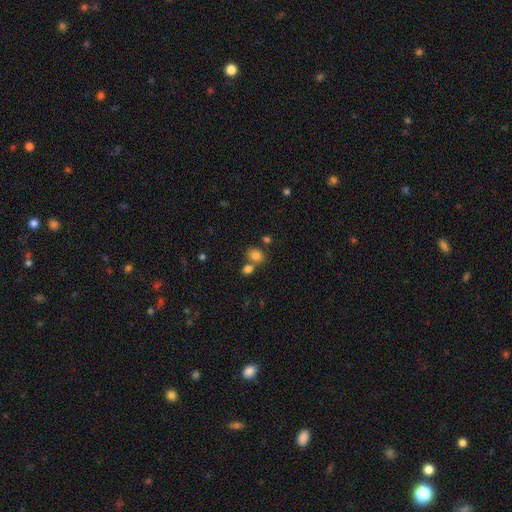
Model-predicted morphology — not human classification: smooth-or-featured: smooth: 81% | star or artifact: 12% | featured or disk: 7%
  how-rounded: round: 52% | in between: 47% | cigar-shaped: 1%
  merging: none: 55% | merger: 31% | minor disturbance: 10% | major disturbance: 4%